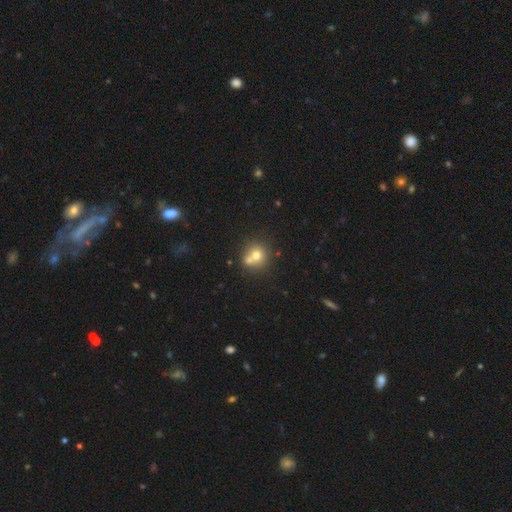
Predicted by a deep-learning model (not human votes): This is likely a smooth galaxy (69%). How rounded: clearly round (84%). Merging: marginally none (44%, tied with merger).